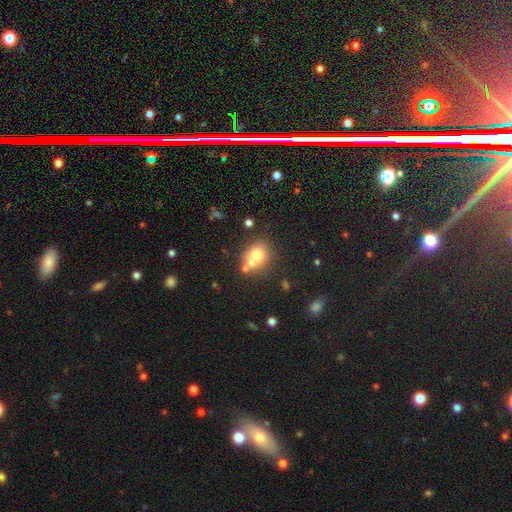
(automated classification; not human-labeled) The model was most divided on "merging": none: 56%, merger: 28%, minor disturbance: 12%, major disturbance: 5%. More confident: how rounded — round (69%); smooth or featured — smooth (69%).